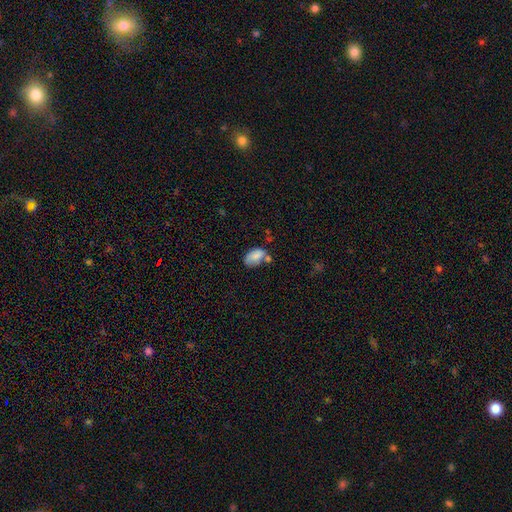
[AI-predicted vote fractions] A smooth galaxy with no disk features (80%) that is in between round and cigar-shaped (92%). Merging: none (42%).